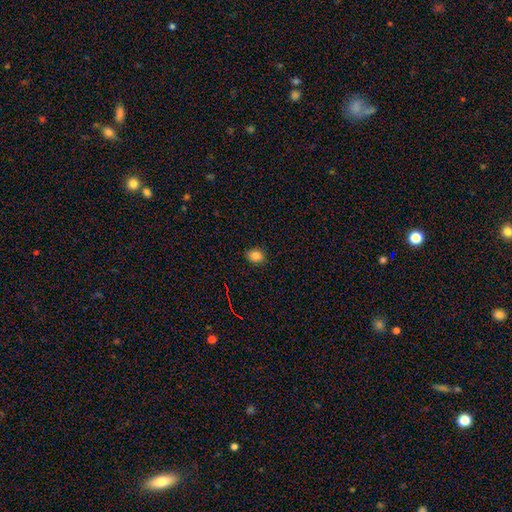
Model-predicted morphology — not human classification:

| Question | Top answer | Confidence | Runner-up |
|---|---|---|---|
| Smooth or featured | smooth | 82% | star or artifact (13%) |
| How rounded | round | 58% | in between (41%) |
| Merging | none | 87% | minor disturbance (10%) |